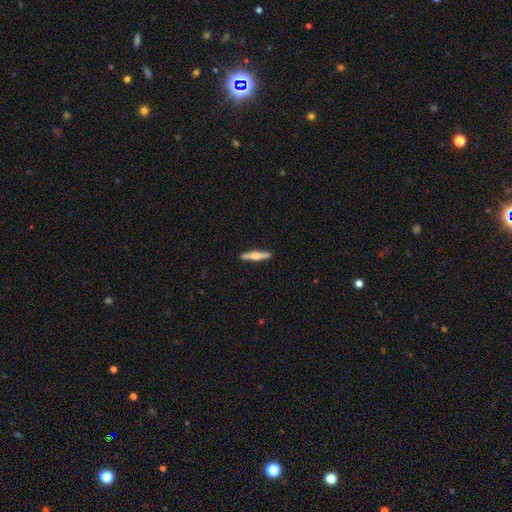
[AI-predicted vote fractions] Smooth or featured? Predicted: smooth (p=0.56). How rounded? Predicted: cigar-shaped (p=0.89). Merging? Predicted: none (p=0.91).